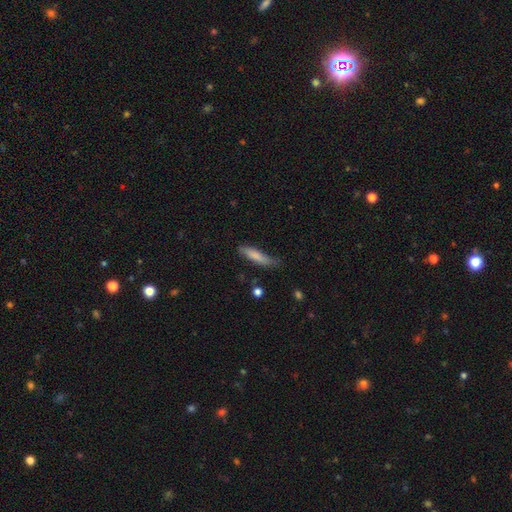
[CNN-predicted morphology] Smooth or featured? smooth (79%)
How rounded? cigar-shaped (79%)
Merging? none (63%)